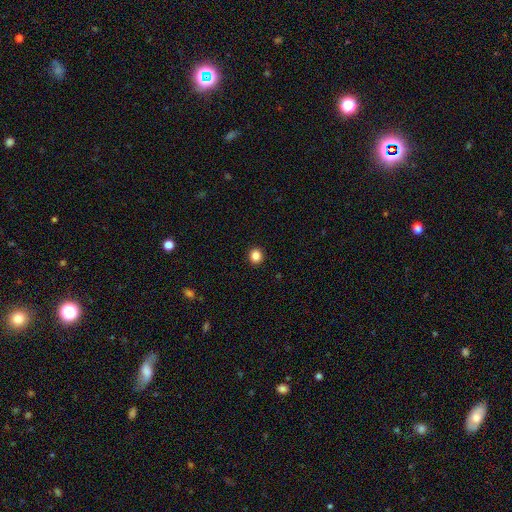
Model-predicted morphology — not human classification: This is clearly a smooth galaxy (85%). How rounded: clearly round (89%). Merging: clearly none (93%).